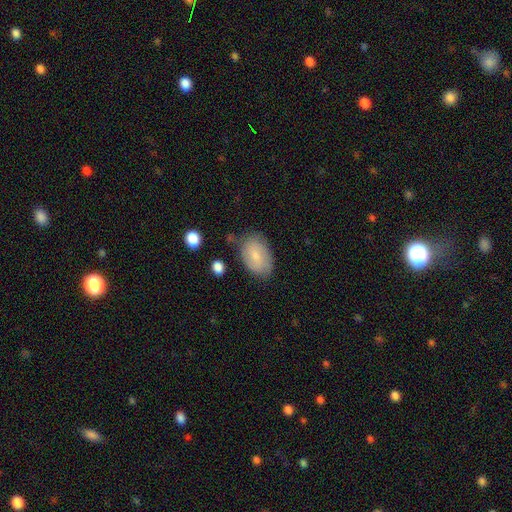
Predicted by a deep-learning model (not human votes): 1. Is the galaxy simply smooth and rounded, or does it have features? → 70% smooth, 23% featured or disk, 7% star or artifact.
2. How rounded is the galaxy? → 88% in between, 11% round, 1% cigar-shaped.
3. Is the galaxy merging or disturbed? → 72% none, 20% minor disturbance, 5% major disturbance, 3% merger.